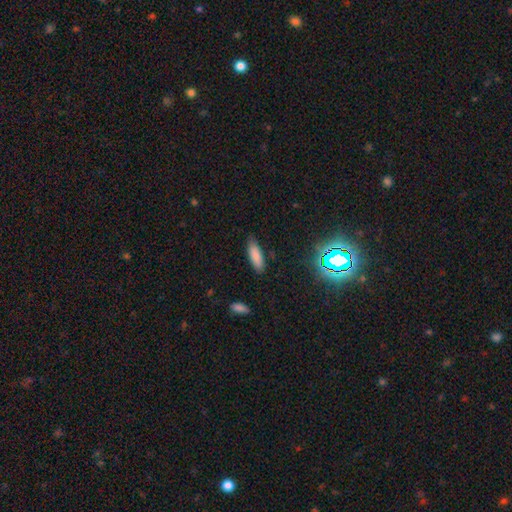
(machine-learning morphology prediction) Overall: smooth (81%). How rounded: in between (58%; cigar-shaped 40%). Merging: none (83%).